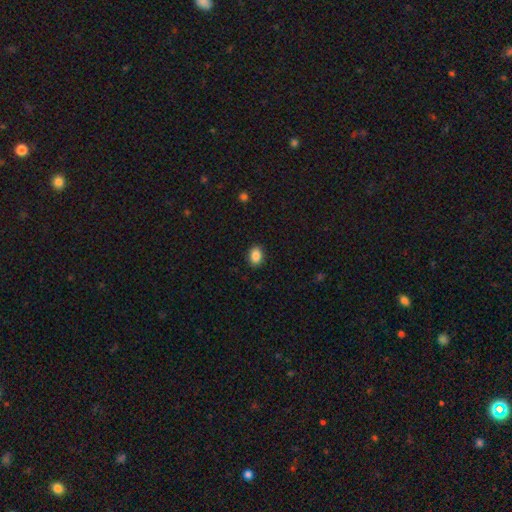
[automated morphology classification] Smooth or featured: smooth — 88% (star or artifact — 8%)
How rounded: in between — 69% (round — 30%)
Merging: none — 89% (minor disturbance — 8%)